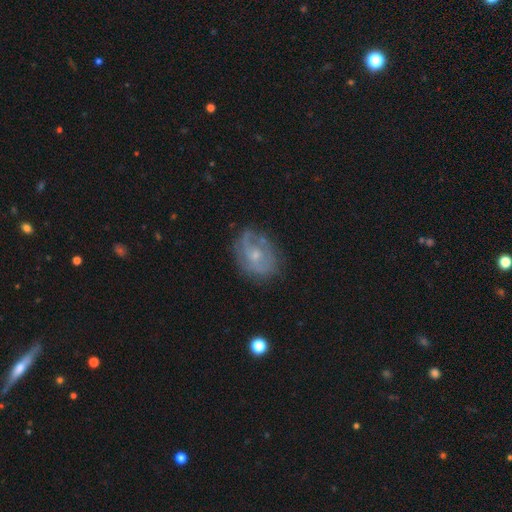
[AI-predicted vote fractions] Smooth or featured?
  - featured or disk: 65% *
  - smooth: 27%
  - star or artifact: 9%
Edge-on disk?
  - no: 96% *
  - yes: 4%
Bar?
  - no: 70% *
  - weak: 26%
  - strong: 4%
Spiral arms?
  - yes: 64% *
  - no: 36%
Bulge size?
  - small: 61% *
  - moderate: 33%
  - none: 4%
  - large: 1%
  - dominant: 1%
Merging?
  - none: 63% *
  - minor disturbance: 24%
  - major disturbance: 12%
  - merger: 2%